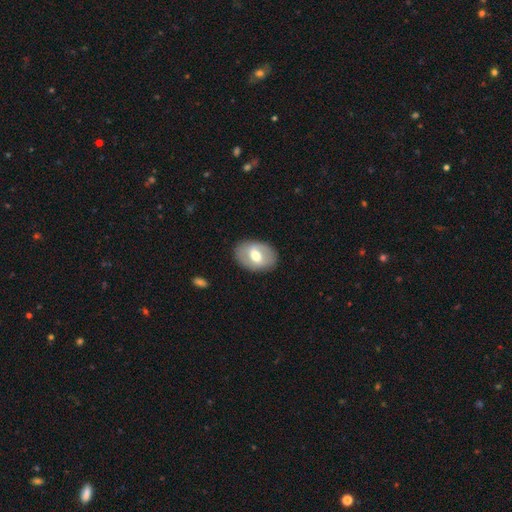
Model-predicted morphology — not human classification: smooth-or-featured: smooth: 50% | featured or disk: 44% | star or artifact: 6%
  merging: none: 84% | minor disturbance: 11% | major disturbance: 4% | merger: 1%